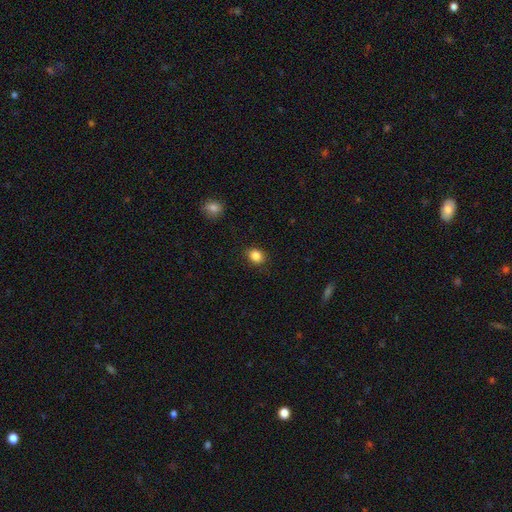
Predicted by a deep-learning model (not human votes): Morphology: type=smooth (86%); roundness=round (55%); merging=none (88%).